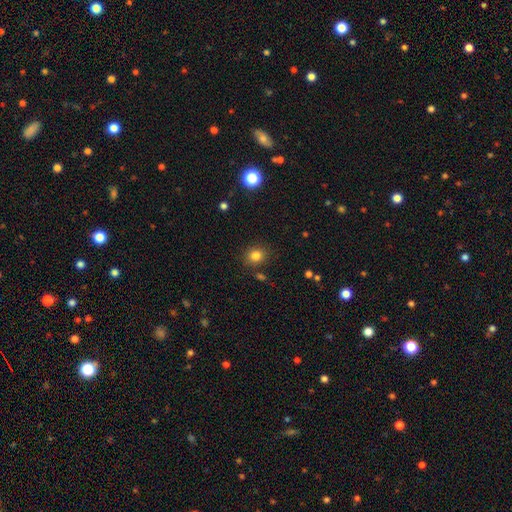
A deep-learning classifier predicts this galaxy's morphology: Q: Smooth or featured?
A: smooth (82%); runner-up: star or artifact (13%)
Q: How rounded?
A: round (70%); runner-up: in between (29%)
Q: Merging?
A: none (84%); runner-up: minor disturbance (9%)